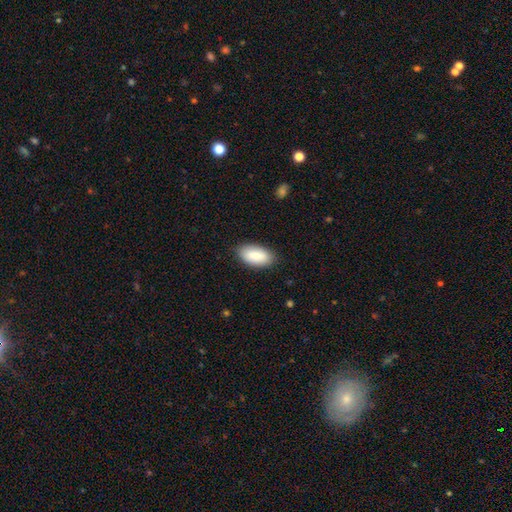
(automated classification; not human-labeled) Smooth or featured? Predicted: smooth (p=0.83). How rounded? Predicted: in between (p=0.94). Merging? Predicted: none (p=0.86).